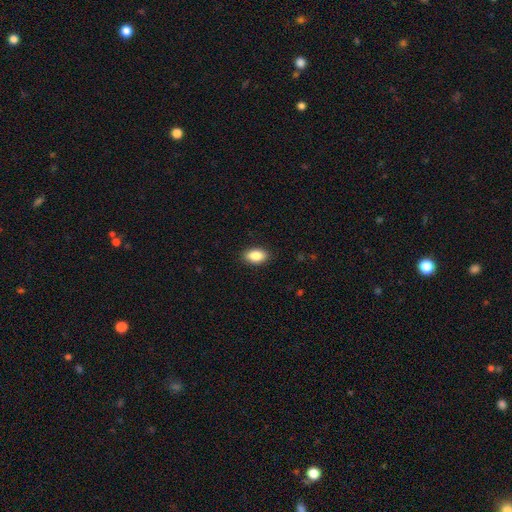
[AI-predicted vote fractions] The model was most divided on "smooth or featured": smooth: 87%, star or artifact: 7%, featured or disk: 5%. More confident: how rounded — in between (91%); merging — none (89%).